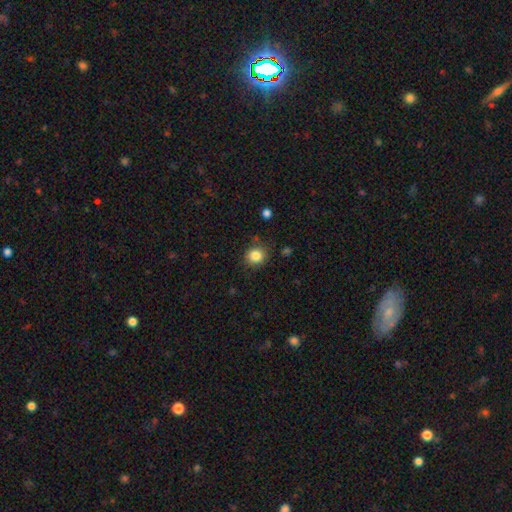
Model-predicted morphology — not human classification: smooth 84%, star or artifact 11%, featured or disk 5%. Down the decision tree: how rounded — round (87%); merging — none (83%).